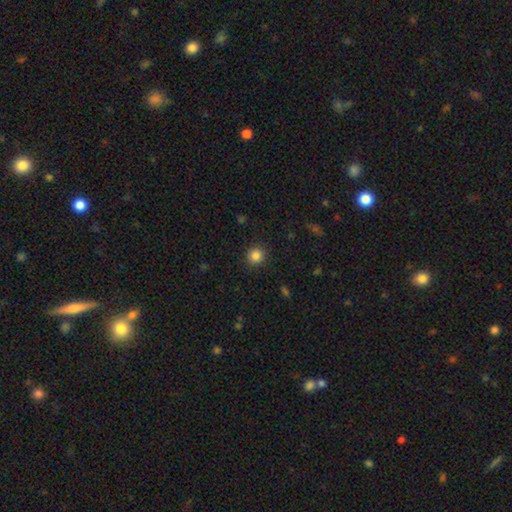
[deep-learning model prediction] The model was most divided on "smooth or featured": smooth: 85%, star or artifact: 11%, featured or disk: 4%. More confident: how rounded — round (93%); merging — none (91%).